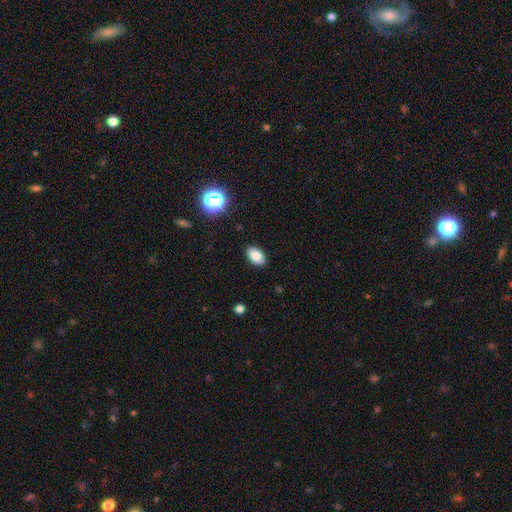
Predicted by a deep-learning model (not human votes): Smooth or featured?
  - smooth: 83% *
  - star or artifact: 10%
  - featured or disk: 7%
How rounded?
  - in between: 91% *
  - round: 8%
  - cigar-shaped: 1%
Merging?
  - none: 89% *
  - minor disturbance: 8%
  - major disturbance: 2%
  - merger: 1%